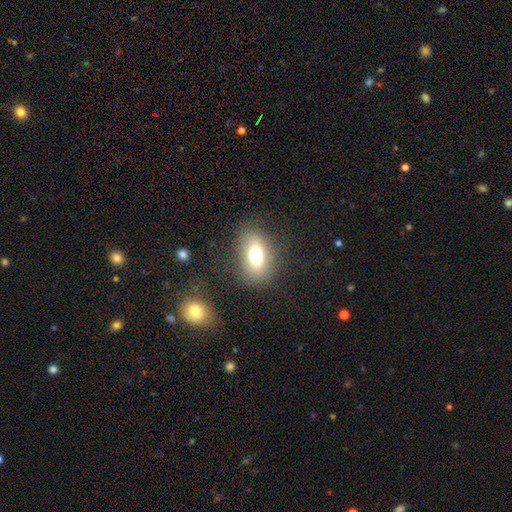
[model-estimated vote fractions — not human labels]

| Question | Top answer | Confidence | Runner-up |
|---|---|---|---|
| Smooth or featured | smooth | 69% | featured or disk (20%) |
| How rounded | in between | 77% | round (20%) |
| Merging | none | 79% | minor disturbance (13%) |